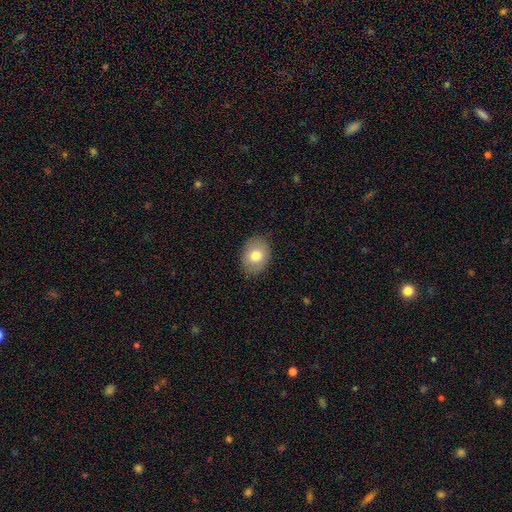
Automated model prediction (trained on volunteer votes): Q: Smooth or featured?
A: smooth (77%); runner-up: featured or disk (15%)
Q: How rounded?
A: in between (71%); runner-up: round (29%)
Q: Merging?
A: none (85%); runner-up: minor disturbance (12%)